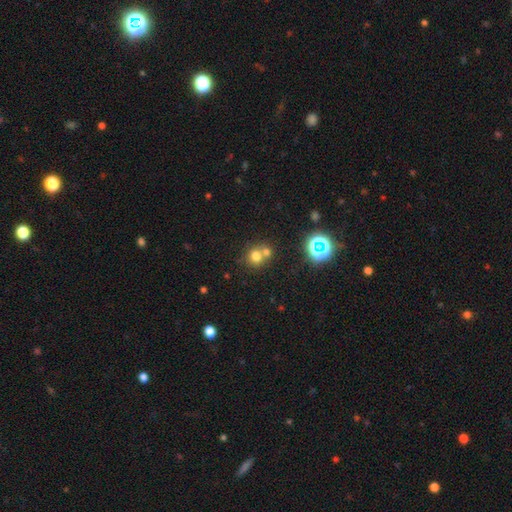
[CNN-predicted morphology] smooth 71%, star or artifact 18%, featured or disk 11%. Down the decision tree: how rounded — round (82%); merging — none (46%).